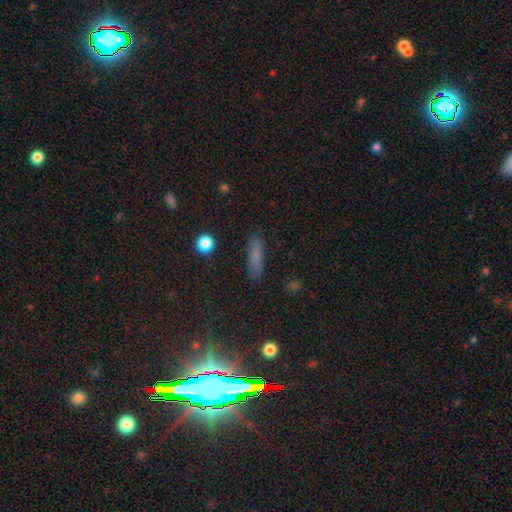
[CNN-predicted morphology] This is likely a smooth galaxy (74%). How rounded: likely cigar-shaped (72%). Merging: clearly none (84%).